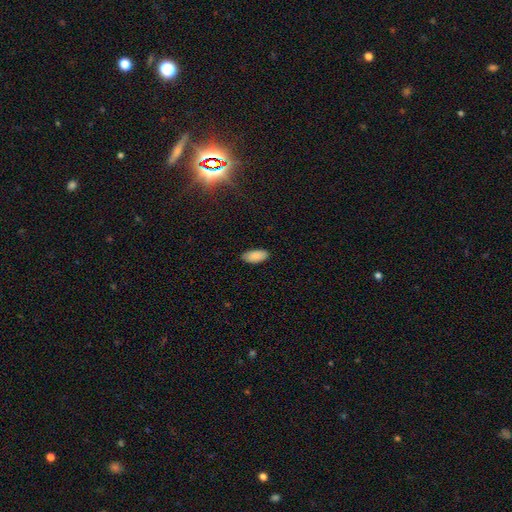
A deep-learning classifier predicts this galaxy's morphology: Smooth or featured?
  - smooth: 87% *
  - star or artifact: 7%
  - featured or disk: 6%
How rounded?
  - in between: 92% *
  - cigar-shaped: 6%
  - round: 2%
Merging?
  - none: 87% *
  - minor disturbance: 10%
  - major disturbance: 2%
  - merger: 1%